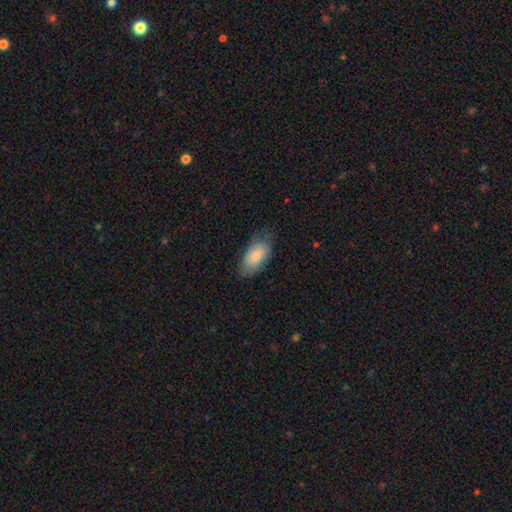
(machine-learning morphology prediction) This appears to be a smooth galaxy with no disk features (79%) that is in between round and cigar-shaped (92%). Merging: none (72%).